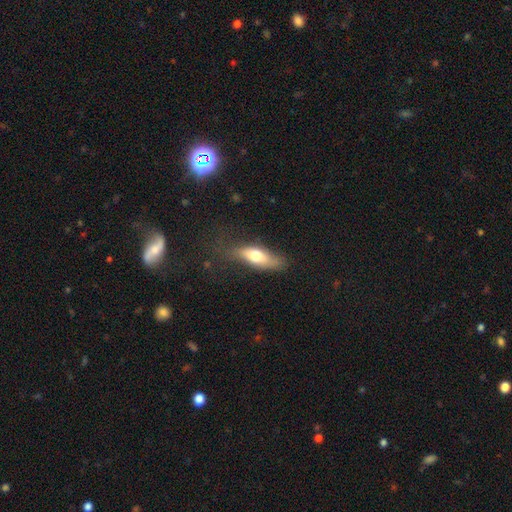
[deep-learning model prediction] A smooth galaxy with no disk features (67%) that is in between round and cigar-shaped (63%).

Vote fractions:
- Smooth or featured? smooth: 67% / featured or disk: 26% / star or artifact: 7%
- How rounded? in between: 63% / cigar-shaped: 33% / round: 4%
- Merging? none: 59% / minor disturbance: 26% / major disturbance: 13% / merger: 2%